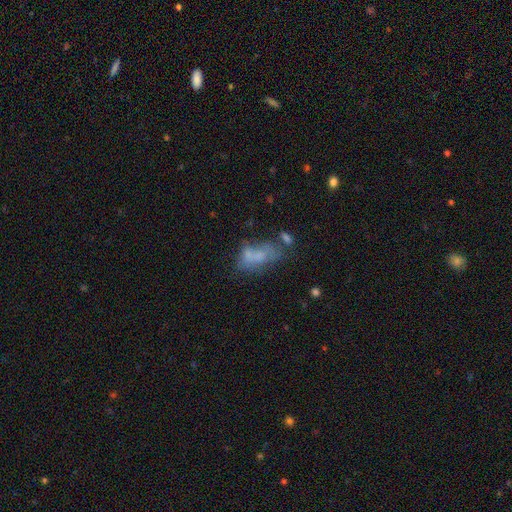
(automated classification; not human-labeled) This is possibly a smooth galaxy (50%). How rounded: clearly in between (83%). Merging: marginally none (30%).